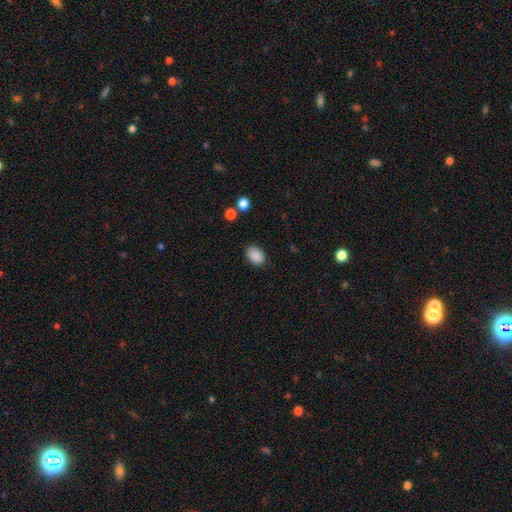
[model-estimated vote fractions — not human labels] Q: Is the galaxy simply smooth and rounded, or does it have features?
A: smooth — 89%.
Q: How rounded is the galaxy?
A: in between — 81%.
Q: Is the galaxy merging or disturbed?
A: none — 86%.